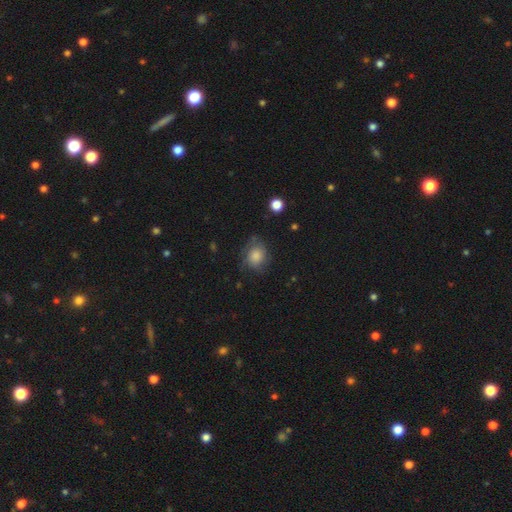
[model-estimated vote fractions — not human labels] Smooth or featured?
  - smooth: 64% *
  - featured or disk: 24%
  - star or artifact: 12%
How rounded?
  - round: 66% *
  - in between: 33%
  - cigar-shaped: 1%
Merging?
  - none: 67% *
  - minor disturbance: 22%
  - major disturbance: 9%
  - merger: 2%